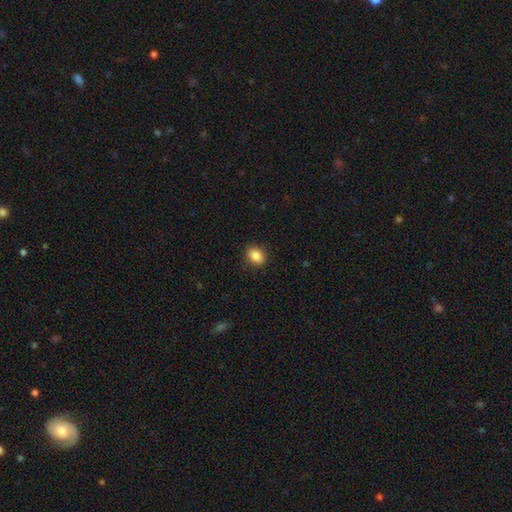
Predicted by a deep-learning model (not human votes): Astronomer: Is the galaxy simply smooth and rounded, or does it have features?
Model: smooth — 86%.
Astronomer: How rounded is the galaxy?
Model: in between — 55% (runner-up: round, 44%).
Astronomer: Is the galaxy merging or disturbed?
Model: none — 89%.